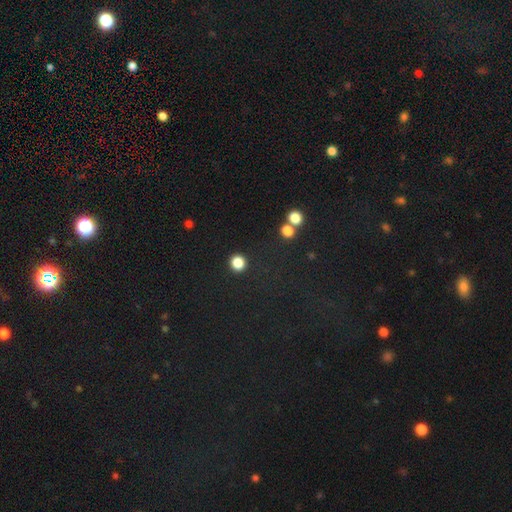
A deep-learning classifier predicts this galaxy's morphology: A star or artifact, not a galaxy (67%).

Vote fractions:
- Smooth or featured? star or artifact: 67% / smooth: 24% / featured or disk: 9%